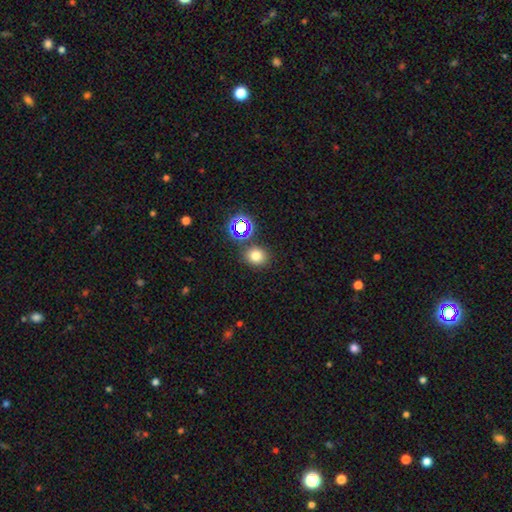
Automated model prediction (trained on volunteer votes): Morphology: type=smooth (72%); roundness=round (70%); merging=none (80%).